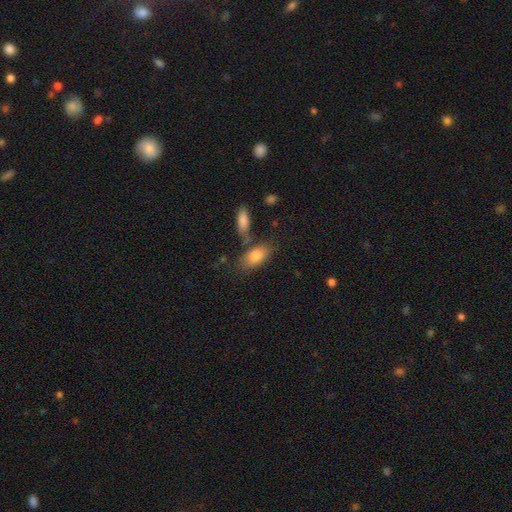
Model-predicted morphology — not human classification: smooth-or-featured: smooth: 81% | featured or disk: 12% | star or artifact: 7%
  how-rounded: in between: 89% | cigar-shaped: 5% | round: 5%
  merging: none: 68% | minor disturbance: 15% | merger: 12% | major disturbance: 5%